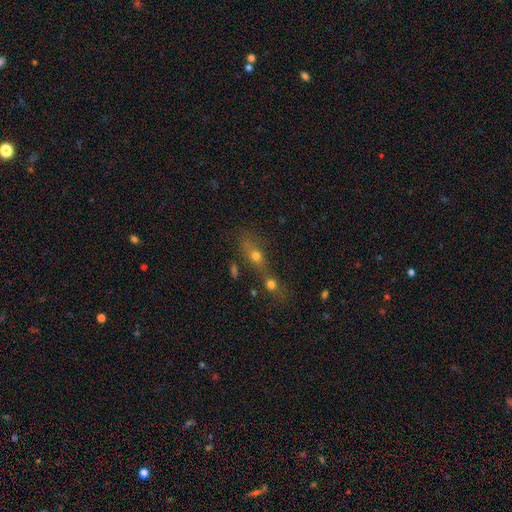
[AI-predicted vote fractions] A smooth galaxy with no disk features (60%) that is in between round and cigar-shaped (42%). Merging: merger (58%).